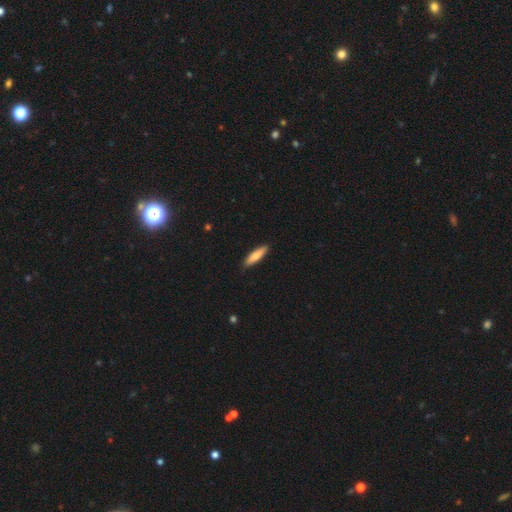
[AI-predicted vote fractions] Smooth or featured?
  - smooth: 77% *
  - featured or disk: 17%
  - star or artifact: 5%
How rounded?
  - cigar-shaped: 74% *
  - in between: 25%
  - round: 1%
Merging?
  - none: 88% *
  - minor disturbance: 9%
  - major disturbance: 2%
  - merger: 1%